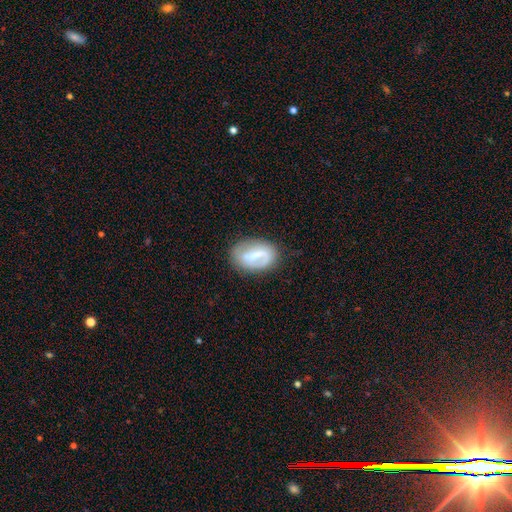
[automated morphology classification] Q: Smooth or featured?
A: featured or disk (55%); runner-up: smooth (37%)
Q: Edge-on disk?
A: no (95%); runner-up: yes (5%)
Q: Bar?
A: strong (54%); runner-up: weak (33%)
Q: Spiral arms?
A: yes (57%); runner-up: no (43%)
Q: Bulge size?
A: none (34%); runner-up: small (29%)
Q: Merging?
A: none (71%); runner-up: minor disturbance (19%)